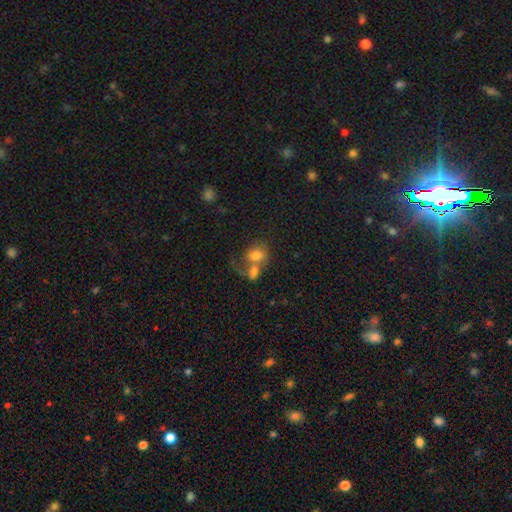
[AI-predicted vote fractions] smooth 70%, featured or disk 20%, star or artifact 10%. Down the decision tree: how rounded — in between (55%); merging — merger (64%).